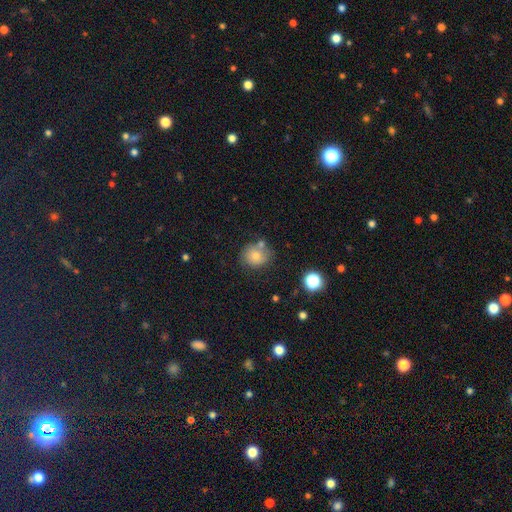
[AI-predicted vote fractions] Q: Smooth or featured?
A: smooth (74%); runner-up: featured or disk (14%)
Q: How rounded?
A: round (77%); runner-up: in between (22%)
Q: Merging?
A: none (63%); runner-up: merger (17%)